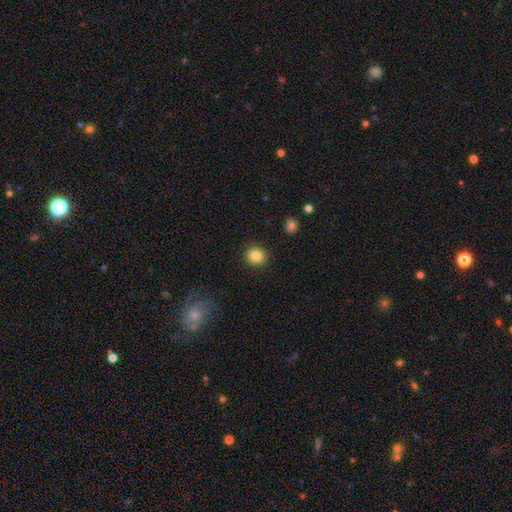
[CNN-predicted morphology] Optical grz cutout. It shows a smooth galaxy with no disk features (86%) that is round (88%). Merging: none (91%).